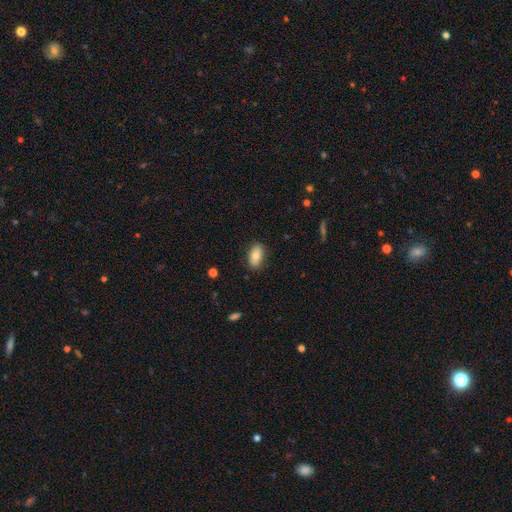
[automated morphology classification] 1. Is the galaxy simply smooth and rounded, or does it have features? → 78% smooth, 14% featured or disk, 8% star or artifact.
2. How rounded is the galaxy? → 91% in between, 5% round, 3% cigar-shaped.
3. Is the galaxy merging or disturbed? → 84% none, 12% minor disturbance, 3% major disturbance, 1% merger.